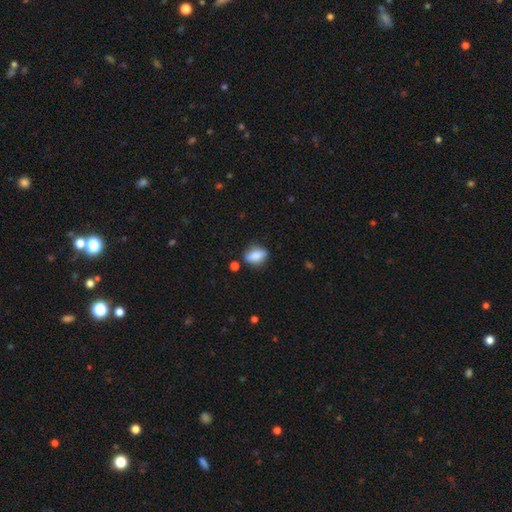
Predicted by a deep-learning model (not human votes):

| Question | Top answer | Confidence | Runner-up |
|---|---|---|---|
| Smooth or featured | smooth | 81% | featured or disk (12%) |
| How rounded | in between | 81% | round (11%) |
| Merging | none | 78% | minor disturbance (15%) |